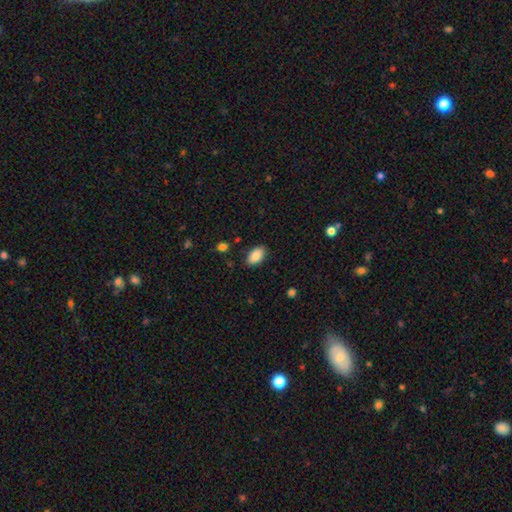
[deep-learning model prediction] Smooth or featured?
  - smooth: 87% *
  - star or artifact: 7%
  - featured or disk: 6%
How rounded?
  - in between: 93% *
  - round: 5%
  - cigar-shaped: 2%
Merging?
  - none: 86% *
  - minor disturbance: 10%
  - major disturbance: 2%
  - merger: 1%